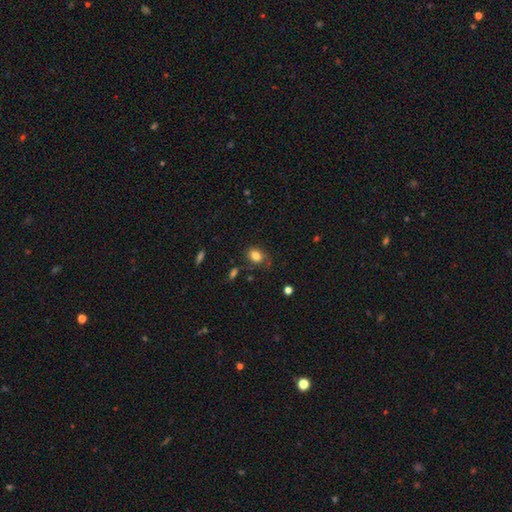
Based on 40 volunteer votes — Smooth or featured? 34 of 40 (85%) said smooth. How rounded? 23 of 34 (68%) said in between. Merging? 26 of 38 (68%) said none.